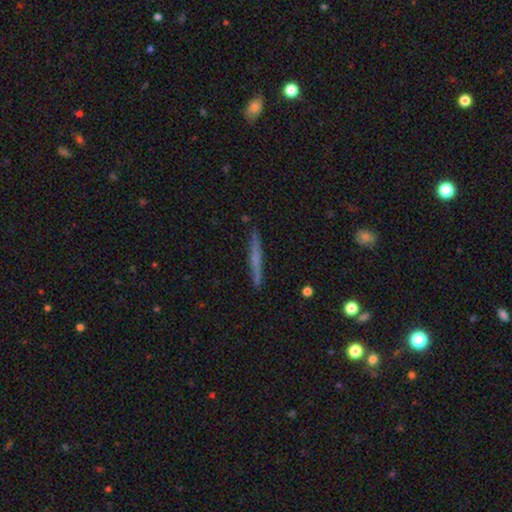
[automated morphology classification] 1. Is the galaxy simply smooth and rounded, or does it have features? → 50% featured or disk, 41% smooth, 9% star or artifact.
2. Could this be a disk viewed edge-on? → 96% yes, 4% no.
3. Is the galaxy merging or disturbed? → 90% none, 8% minor disturbance, 1% major disturbance, 1% merger.